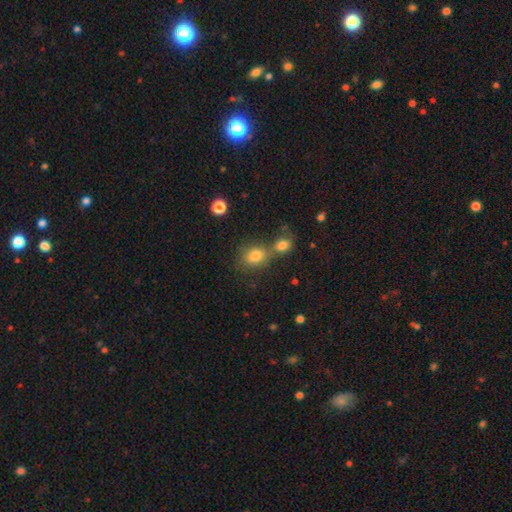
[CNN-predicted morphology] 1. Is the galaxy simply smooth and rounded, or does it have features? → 78% smooth, 13% star or artifact, 9% featured or disk.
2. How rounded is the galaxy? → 50% round, 48% in between, 1% cigar-shaped.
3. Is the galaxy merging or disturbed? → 44% none, 41% merger, 10% minor disturbance, 5% major disturbance.